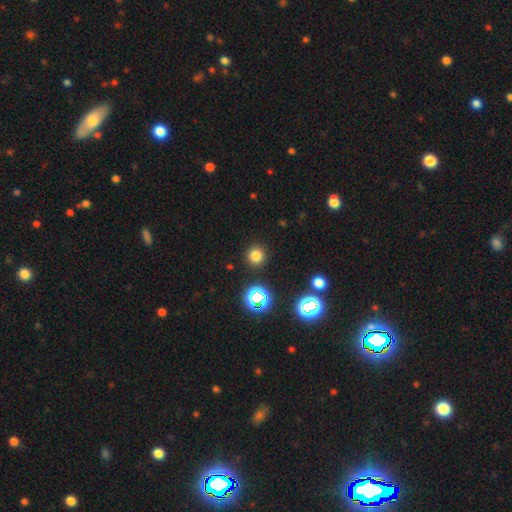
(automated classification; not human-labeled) Smooth or featured? smooth (76%)
How rounded? round (94%)
Merging? none (91%)